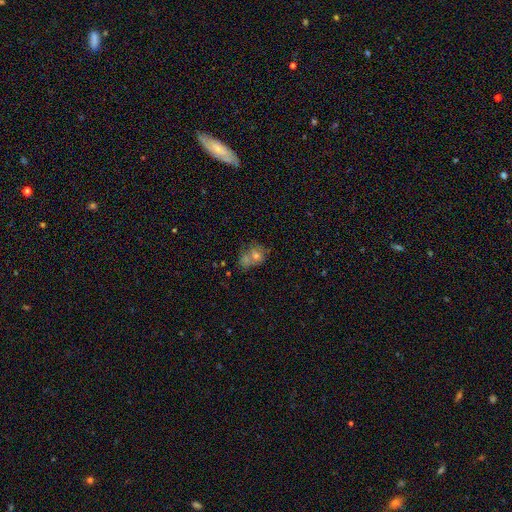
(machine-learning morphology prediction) Smooth or featured? Predicted: smooth (p=0.59). How rounded? Predicted: round (p=0.58). Merging? Predicted: merger (p=0.44).